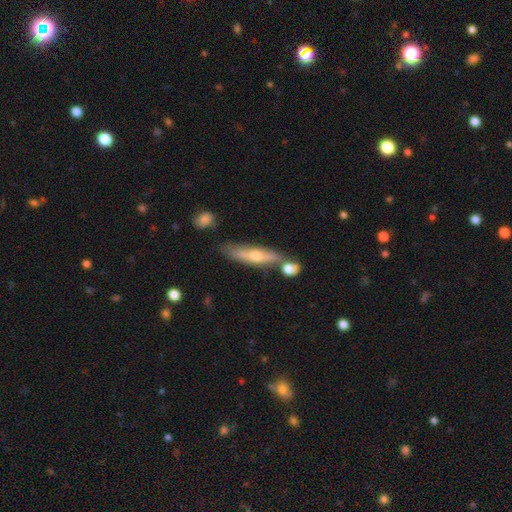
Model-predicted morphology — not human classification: The model was most divided on "smooth or featured": featured or disk: 53%, smooth: 40%, star or artifact: 7%. More confident: edge-on disk — yes (83%); merging — none (64%).